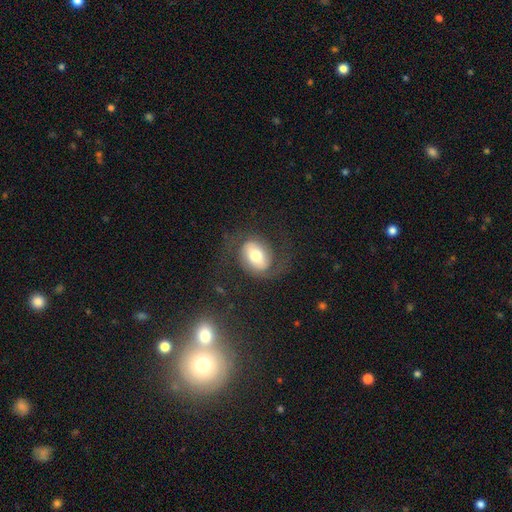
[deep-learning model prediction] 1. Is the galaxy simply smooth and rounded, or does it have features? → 59% featured or disk, 34% smooth, 8% star or artifact.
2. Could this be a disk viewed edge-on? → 96% no, 4% yes.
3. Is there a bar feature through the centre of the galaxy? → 34% strong, 33% weak, 33% no.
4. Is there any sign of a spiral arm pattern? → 81% yes, 19% no.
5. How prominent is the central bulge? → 60% moderate, 20% large, 15% small, 5% dominant, 1% none.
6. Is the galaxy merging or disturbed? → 68% none, 17% major disturbance, 14% minor disturbance, 2% merger.